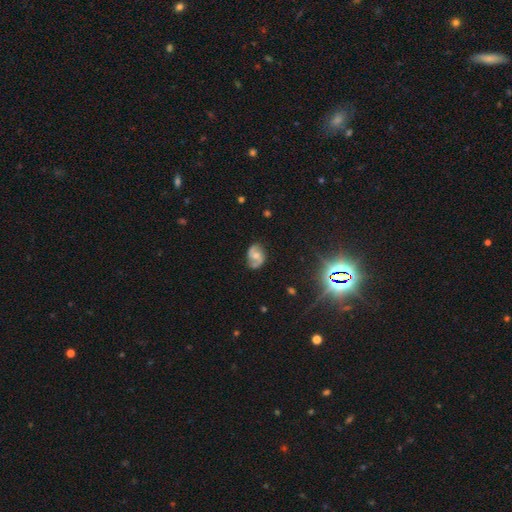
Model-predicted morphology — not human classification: The model was most divided on "bar": no: 54%, weak: 37%, strong: 9%. Remaining: edge-on disk — no (97%); spiral arms — yes (93%); spiral arm count — 2 (90%); smooth or featured — featured or disk (77%); merging — none (76%); bulge size — moderate (58%); spiral winding — medium (50%).